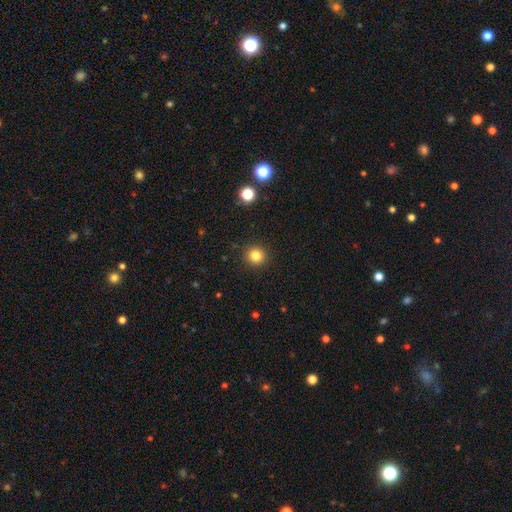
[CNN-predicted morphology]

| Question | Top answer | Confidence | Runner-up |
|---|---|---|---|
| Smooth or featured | smooth | 82% | star or artifact (12%) |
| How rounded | round | 92% | in between (7%) |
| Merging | none | 91% | minor disturbance (5%) |